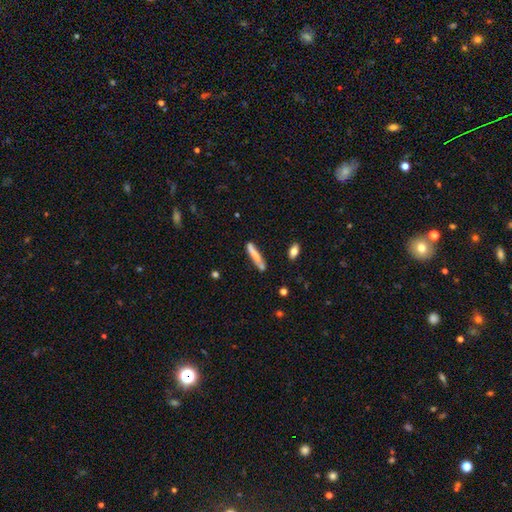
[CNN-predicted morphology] Smooth or featured: smooth — 69% (featured or disk — 23%)
How rounded: cigar-shaped — 92% (in between — 6%)
Merging: none — 70% (minor disturbance — 18%)